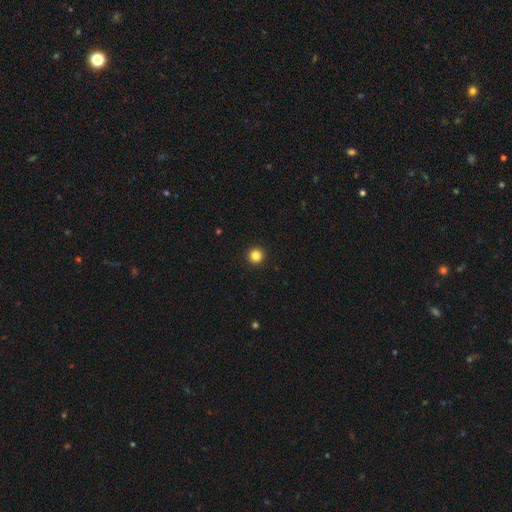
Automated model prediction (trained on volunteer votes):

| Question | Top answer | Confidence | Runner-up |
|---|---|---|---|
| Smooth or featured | smooth | 84% | star or artifact (12%) |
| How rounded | round | 96% | in between (3%) |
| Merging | none | 94% | minor disturbance (3%) |